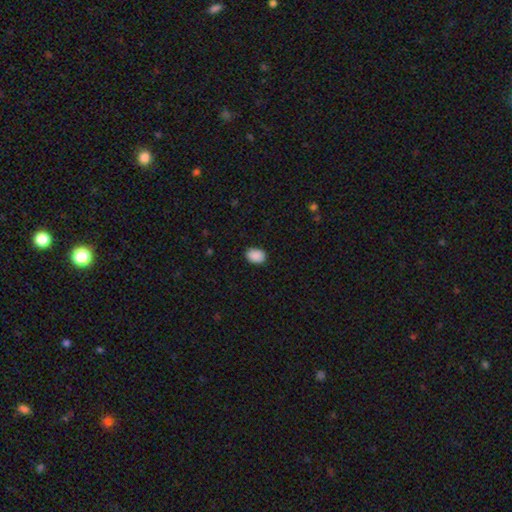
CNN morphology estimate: Q: Smooth or featured?
A: smooth (90%); runner-up: star or artifact (7%)
Q: How rounded?
A: in between (74%); runner-up: round (25%)
Q: Merging?
A: none (88%); runner-up: minor disturbance (9%)